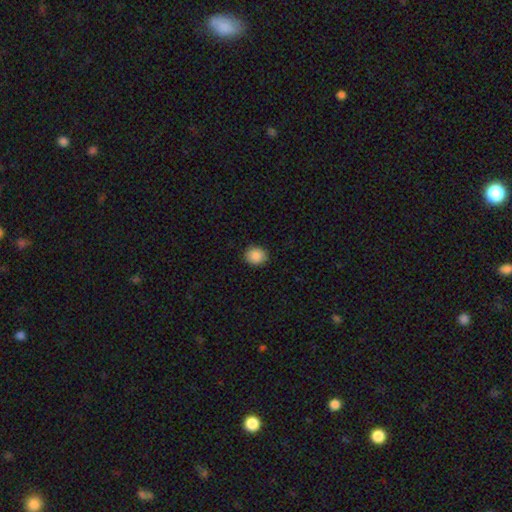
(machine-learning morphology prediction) smooth-or-featured: smooth: 88% | star or artifact: 8% | featured or disk: 3%
  how-rounded: round: 68% | in between: 31% | cigar-shaped: 1%
  merging: none: 89% | minor disturbance: 8% | major disturbance: 2% | merger: 1%